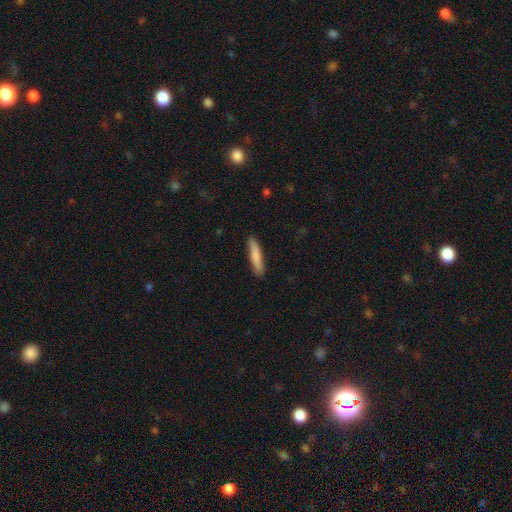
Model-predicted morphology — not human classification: type=smooth (81%); roundness=cigar-shaped (89%); merging=none (87%).